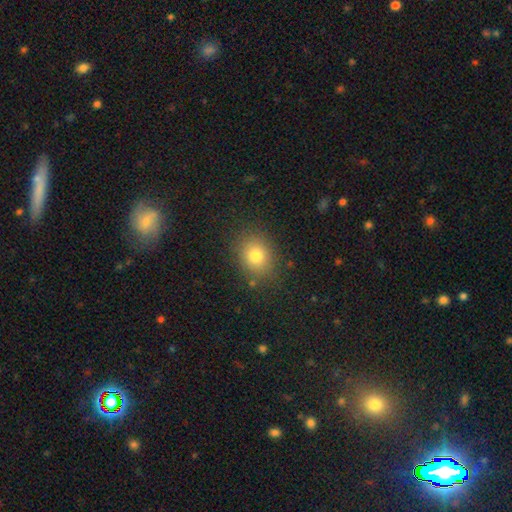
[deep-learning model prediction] smooth 79%, star or artifact 13%, featured or disk 9%. Down the decision tree: how rounded — round (57%); merging — none (84%).